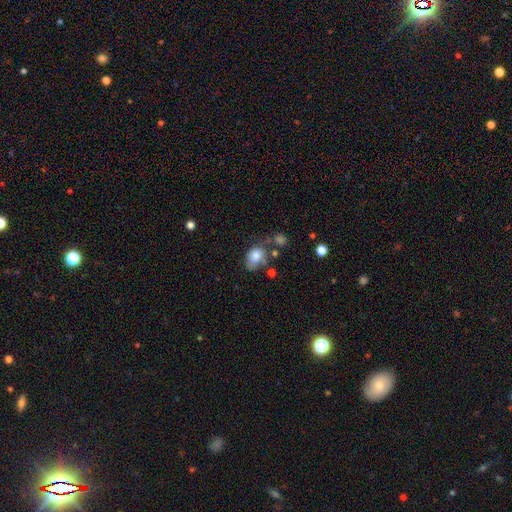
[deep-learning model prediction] smooth-or-featured: smooth: 79% | featured or disk: 12% | star or artifact: 9%
  how-rounded: in between: 74% | round: 24% | cigar-shaped: 1%
  merging: none: 36% | minor disturbance: 29% | major disturbance: 19% | merger: 15%